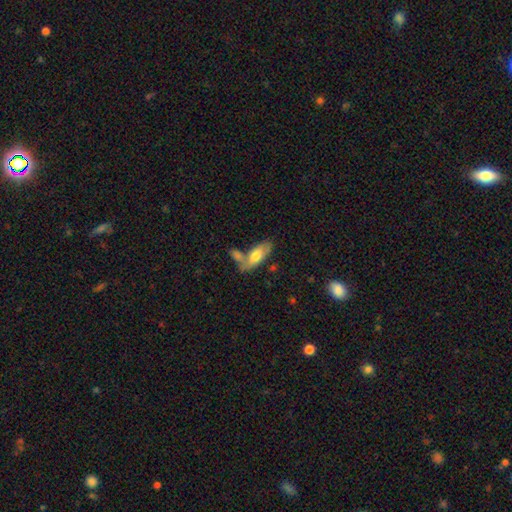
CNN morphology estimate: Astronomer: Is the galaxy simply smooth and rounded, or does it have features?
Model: smooth — 68%.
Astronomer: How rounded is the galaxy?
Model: in between — 80%.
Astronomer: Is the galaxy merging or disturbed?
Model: none — 46% (runner-up: merger, 34%).